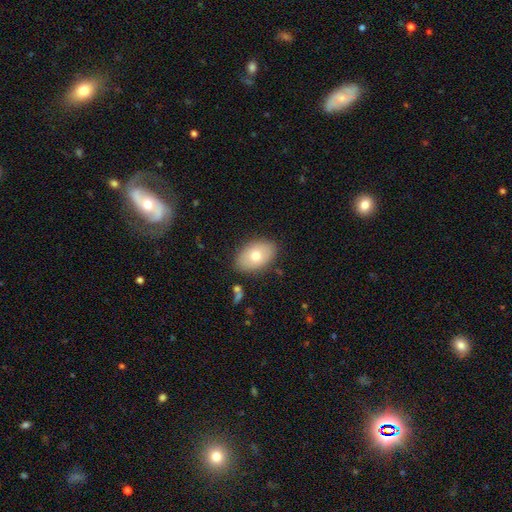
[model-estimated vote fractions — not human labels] This is likely a smooth galaxy (73%). How rounded: clearly in between (88%). Merging: clearly none (84%).